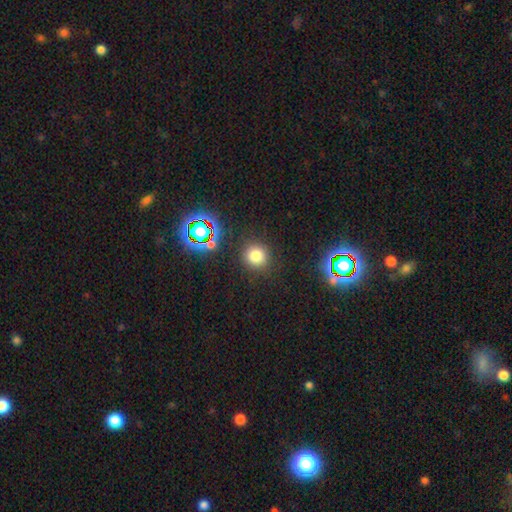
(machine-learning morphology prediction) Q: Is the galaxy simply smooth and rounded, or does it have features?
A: smooth — 75%.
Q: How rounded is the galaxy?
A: round — 90%.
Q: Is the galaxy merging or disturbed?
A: none — 87%.